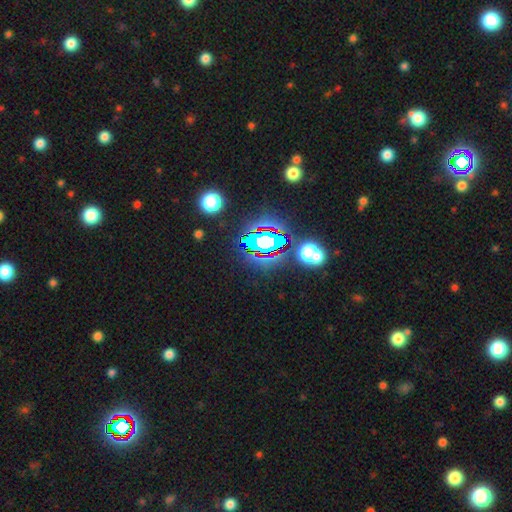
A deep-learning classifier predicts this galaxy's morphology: type=star or artifact (80%).